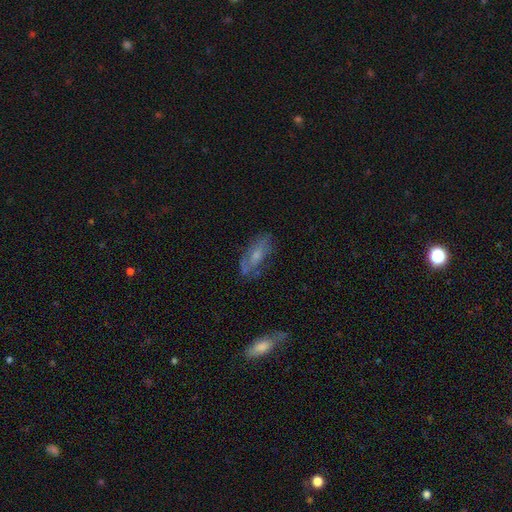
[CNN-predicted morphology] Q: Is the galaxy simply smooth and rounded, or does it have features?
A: featured or disk — 48%.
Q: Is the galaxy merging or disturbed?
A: none — 62%.